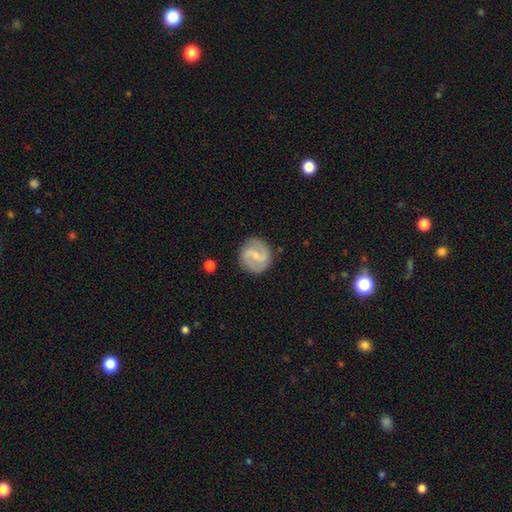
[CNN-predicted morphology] Smooth or featured: featured or disk — 77% (smooth — 18%)
Edge-on disk: no — 98% (yes — 2%)
Bar: weak — 54% (strong — 28%)
Spiral arms: yes — 93% (no — 7%)
Spiral winding: medium — 50% (loose — 28%)
Spiral arm count: 2 — 90% (can't tell — 5%)
Bulge size: small — 66% (moderate — 23%)
Merging: none — 86% (minor disturbance — 10%)